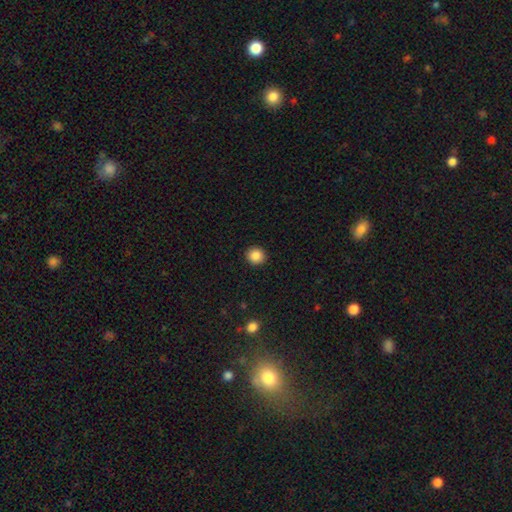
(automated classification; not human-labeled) Smooth or featured: smooth — 86% (star or artifact — 10%)
How rounded: round — 89% (in between — 10%)
Merging: none — 92% (minor disturbance — 5%)